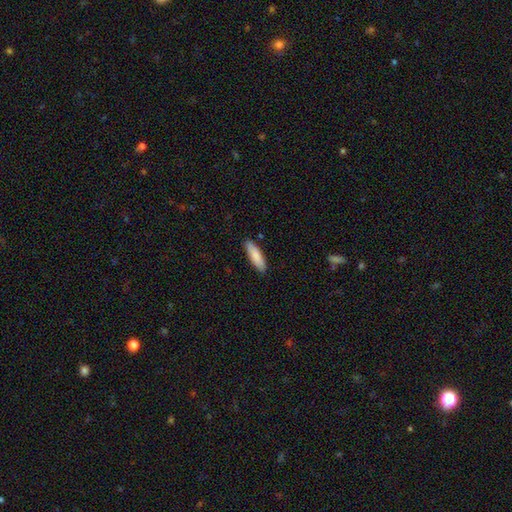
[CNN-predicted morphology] Smooth or featured? smooth (85%)
How rounded? cigar-shaped (60%)
Merging? none (88%)